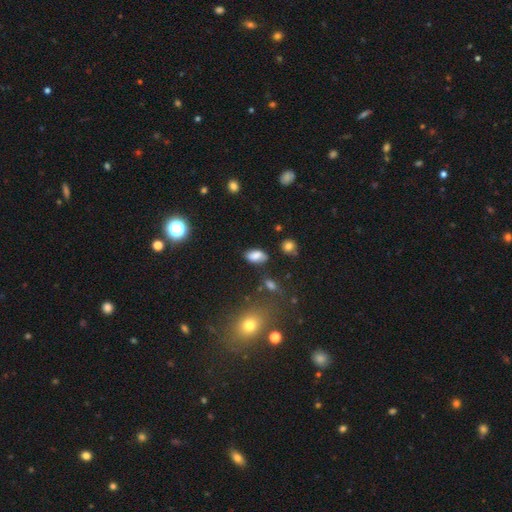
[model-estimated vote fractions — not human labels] Smooth or featured?
  - smooth: 78% *
  - featured or disk: 11%
  - star or artifact: 11%
How rounded?
  - in between: 92% *
  - round: 5%
  - cigar-shaped: 3%
Merging?
  - none: 70% *
  - minor disturbance: 19%
  - major disturbance: 5%
  - merger: 5%